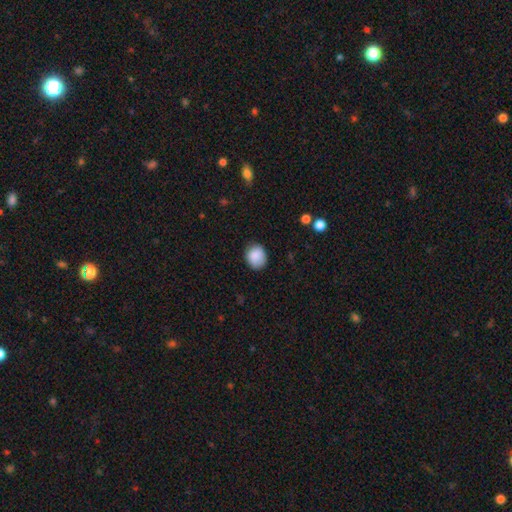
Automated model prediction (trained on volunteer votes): Smooth or featured?
  - smooth: 88% *
  - star or artifact: 8%
  - featured or disk: 4%
How rounded?
  - round: 69% *
  - in between: 30%
  - cigar-shaped: 1%
Merging?
  - none: 81% *
  - minor disturbance: 15%
  - major disturbance: 3%
  - merger: 1%